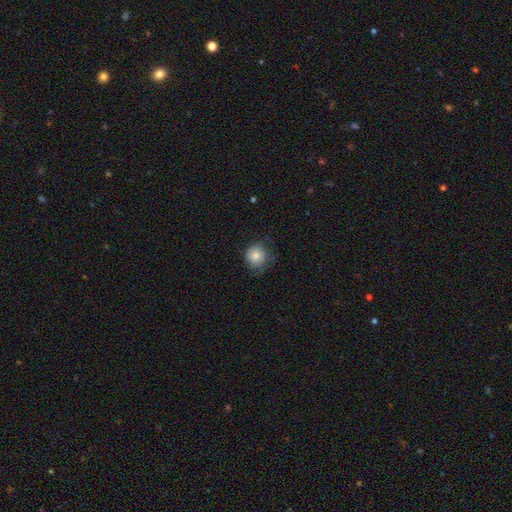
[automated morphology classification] This appears to be a smooth galaxy with no disk features (79%) that is round (87%). Merging: none (62%).